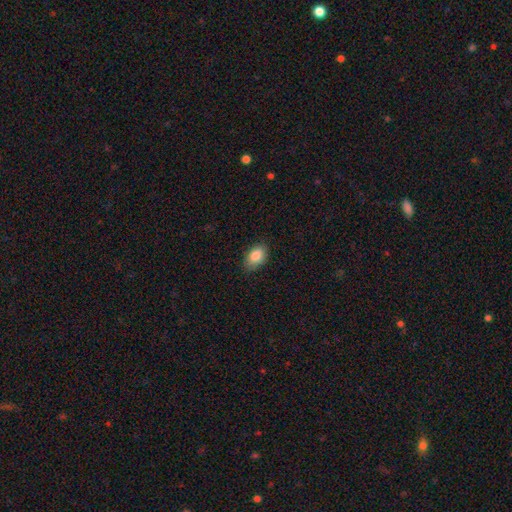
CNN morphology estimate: The model was most divided on "merging": none: 83%, minor disturbance: 14%, major disturbance: 3%, merger: 1%. More confident: how rounded — in between (87%); smooth or featured — smooth (86%).